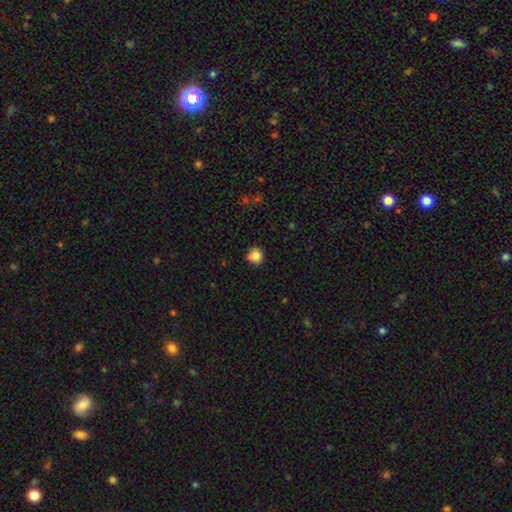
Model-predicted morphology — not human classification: Smooth or featured?
  - smooth: 82% *
  - star or artifact: 10%
  - featured or disk: 8%
How rounded?
  - round: 91% *
  - in between: 8%
  - cigar-shaped: 1%
Merging?
  - none: 72% *
  - minor disturbance: 15%
  - merger: 10%
  - major disturbance: 3%